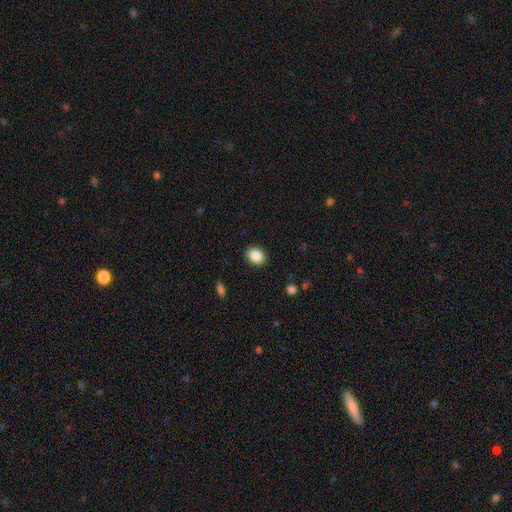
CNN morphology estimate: Overall: smooth (87%). How rounded: in between (56%; round 44%). Merging: none (89%).